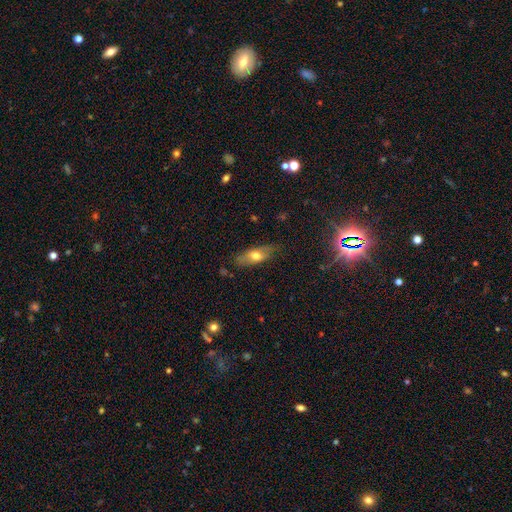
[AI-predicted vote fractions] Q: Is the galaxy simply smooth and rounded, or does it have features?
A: smooth — 62%.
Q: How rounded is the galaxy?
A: in between — 68%.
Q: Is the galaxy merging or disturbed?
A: none — 75%.